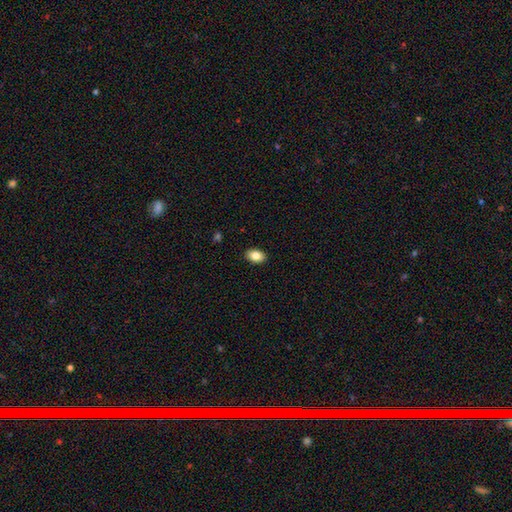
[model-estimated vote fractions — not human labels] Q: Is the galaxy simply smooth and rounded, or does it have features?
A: smooth — 84%.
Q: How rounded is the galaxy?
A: in between — 89%.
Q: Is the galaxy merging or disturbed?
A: none — 90%.